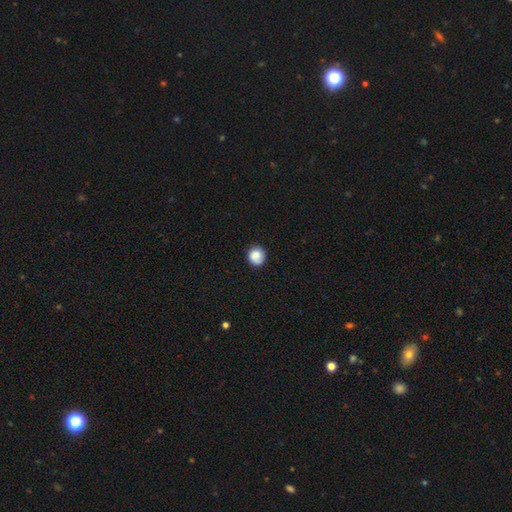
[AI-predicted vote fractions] This is clearly a smooth galaxy (83%). How rounded: clearly round (86%). Merging: clearly none (81%).